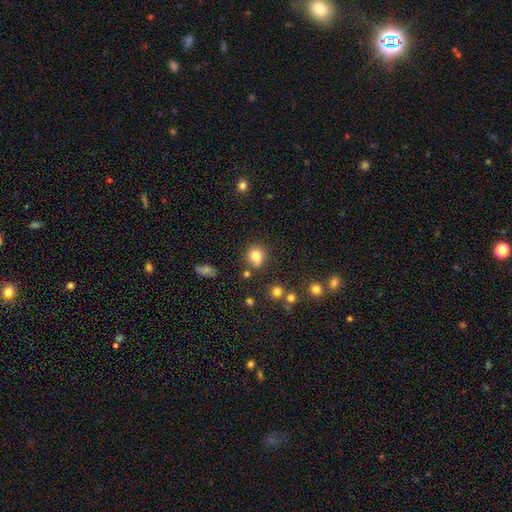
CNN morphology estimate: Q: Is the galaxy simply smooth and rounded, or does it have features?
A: smooth — 80%.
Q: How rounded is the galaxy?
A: round — 80%.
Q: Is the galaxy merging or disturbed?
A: none — 75%.